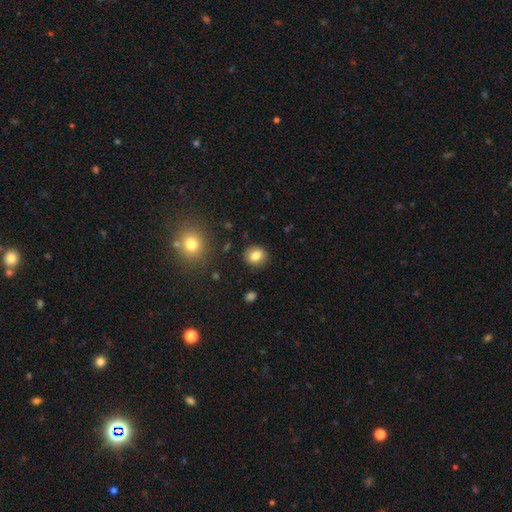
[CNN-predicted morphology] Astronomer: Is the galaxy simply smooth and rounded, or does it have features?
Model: smooth — 81%.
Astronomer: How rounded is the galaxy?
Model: round — 80%.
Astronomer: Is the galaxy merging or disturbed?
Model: none — 89%.